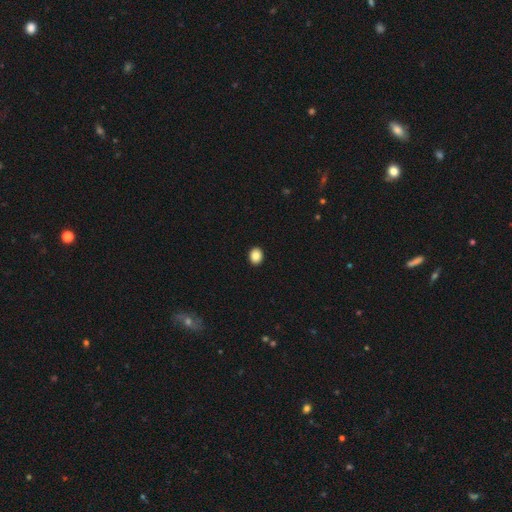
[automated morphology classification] smooth 87%, star or artifact 9%, featured or disk 4%. Down the decision tree: how rounded — round (54%); merging — none (93%).